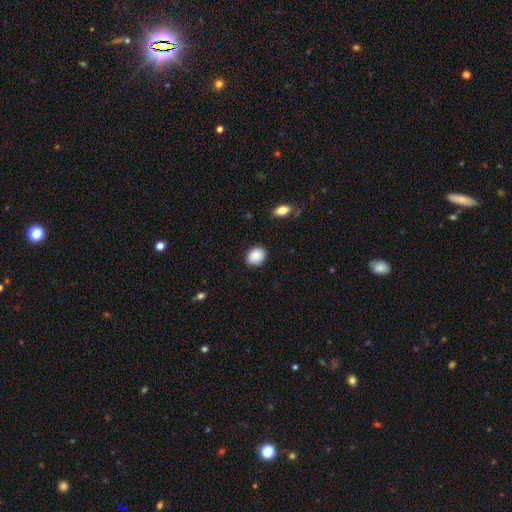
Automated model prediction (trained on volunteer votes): Smooth or featured: smooth — 88% (star or artifact — 8%)
How rounded: round — 63% (in between — 36%)
Merging: none — 87% (minor disturbance — 9%)